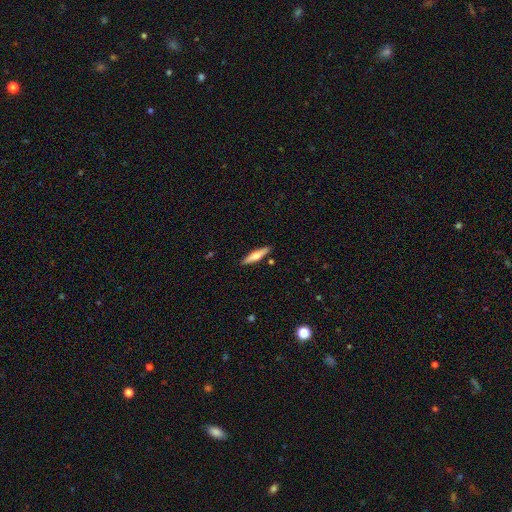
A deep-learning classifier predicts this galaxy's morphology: smooth_or_featured: smooth (p=0.49) [alt: featured or disk p=0.45]
merging: none (p=0.89) [alt: minor disturbance p=0.08]